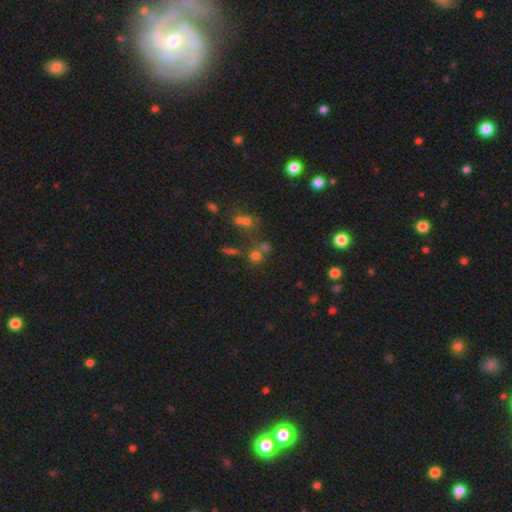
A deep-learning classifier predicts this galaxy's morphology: Smooth or featured? Predicted: smooth (p=0.62). How rounded? Predicted: round (p=0.87). Merging? Predicted: none (p=0.59).